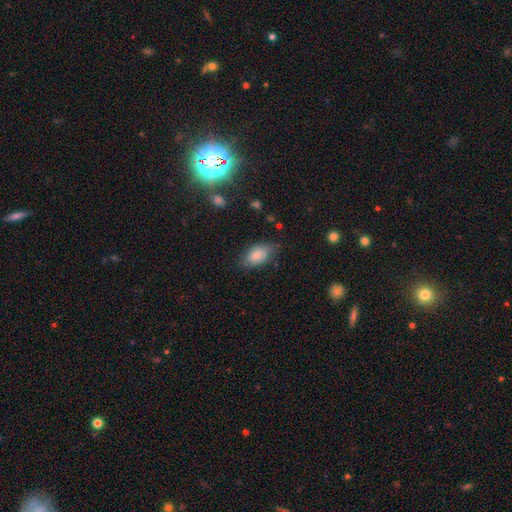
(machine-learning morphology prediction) This appears to be a smooth galaxy with no disk features (80%) that is in between round and cigar-shaped (91%). Merging: none (70%).